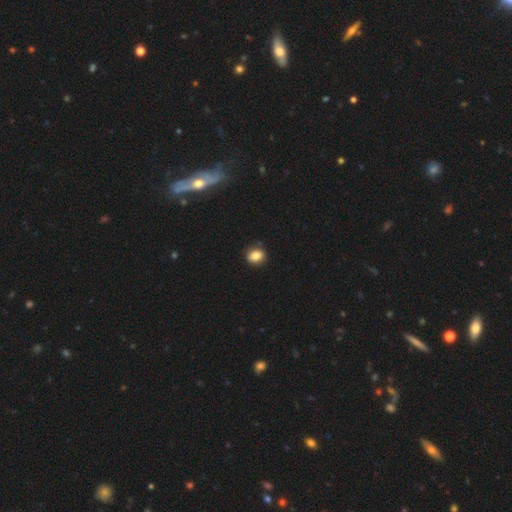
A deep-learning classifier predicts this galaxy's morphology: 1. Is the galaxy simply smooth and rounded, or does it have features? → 83% smooth, 9% star or artifact, 8% featured or disk.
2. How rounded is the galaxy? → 50% in between, 48% round, 1% cigar-shaped.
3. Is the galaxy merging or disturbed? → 87% none, 10% minor disturbance, 2% major disturbance, 1% merger.